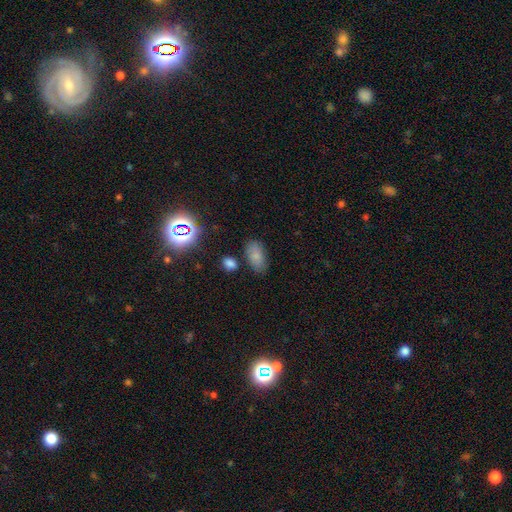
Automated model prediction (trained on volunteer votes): Q: Smooth or featured?
A: smooth (78%); runner-up: star or artifact (12%)
Q: How rounded?
A: in between (92%); runner-up: round (5%)
Q: Merging?
A: none (76%); runner-up: minor disturbance (15%)